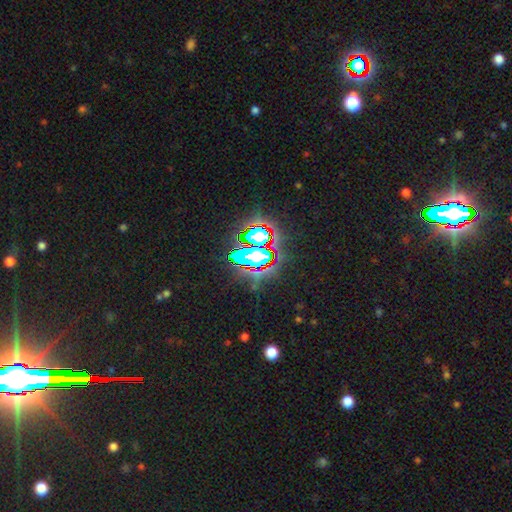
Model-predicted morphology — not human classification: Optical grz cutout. It shows a star or artifact, not a galaxy (73%).